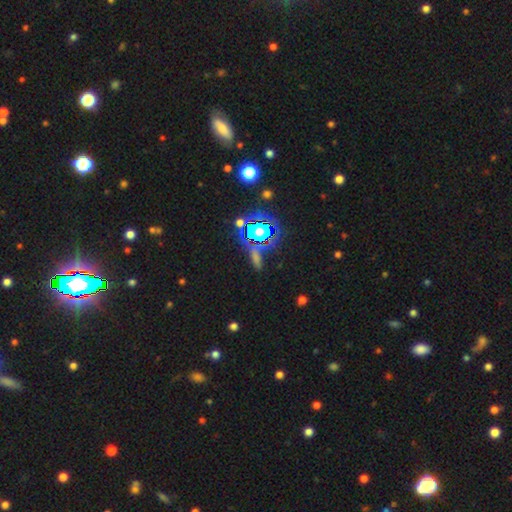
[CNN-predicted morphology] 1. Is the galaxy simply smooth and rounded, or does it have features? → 63% star or artifact, 24% smooth, 13% featured or disk.